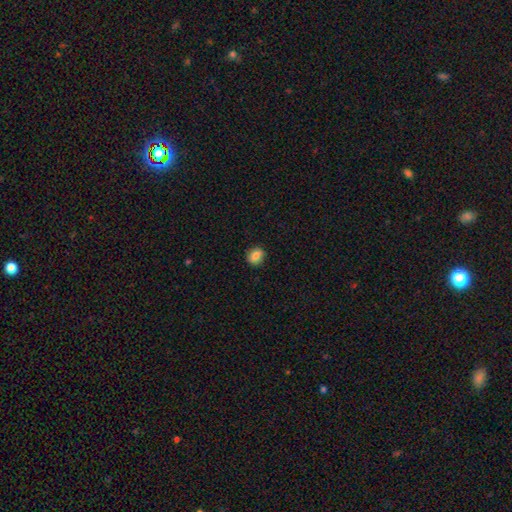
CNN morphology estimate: The model was most divided on "how rounded": round: 69%, in between: 30%, cigar-shaped: 1%. More confident: merging — none (86%); smooth or featured — smooth (82%).